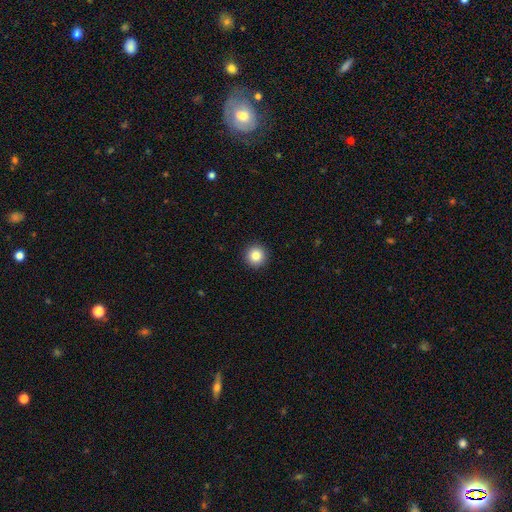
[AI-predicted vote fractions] smooth_or_featured: smooth (p=0.86) [alt: star or artifact p=0.10]
how_rounded: round (p=0.96) [alt: in between p=0.03]
merging: none (p=0.93) [alt: minor disturbance p=0.04]